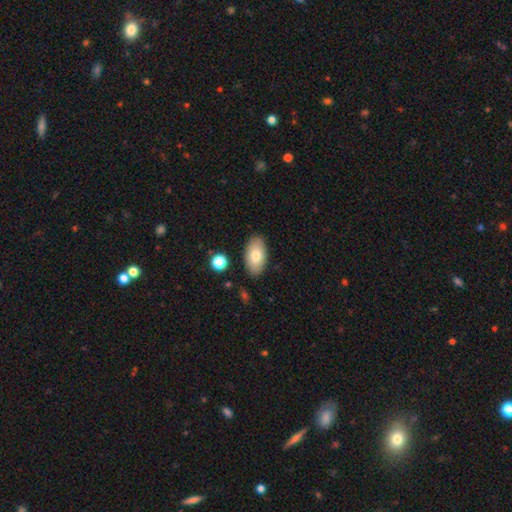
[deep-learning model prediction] A smooth galaxy with no disk features (81%) that is in between round and cigar-shaped (95%).

Vote fractions:
- Smooth or featured? smooth: 81% / featured or disk: 13% / star or artifact: 6%
- How rounded? in between: 95% / round: 3% / cigar-shaped: 2%
- Merging? none: 86% / minor disturbance: 10% / major disturbance: 2% / merger: 2%